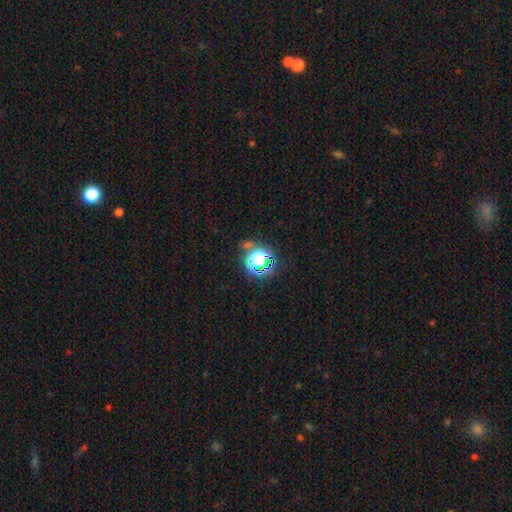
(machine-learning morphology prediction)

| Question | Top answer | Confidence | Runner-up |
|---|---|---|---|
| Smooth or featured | star or artifact | 70% | smooth (22%) |